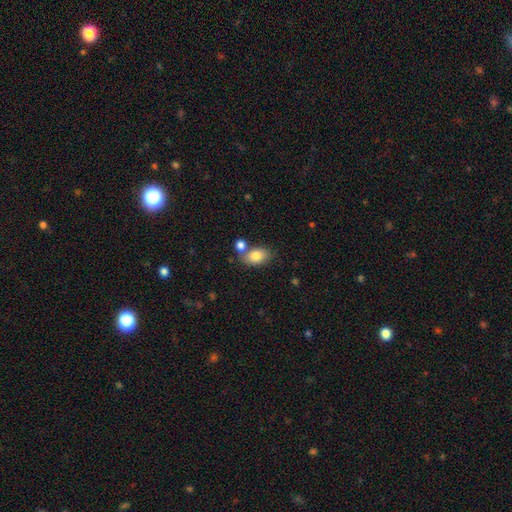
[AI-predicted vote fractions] A smooth galaxy with no disk features (83%) that is in between round and cigar-shaped (84%). Merging: none (56%).